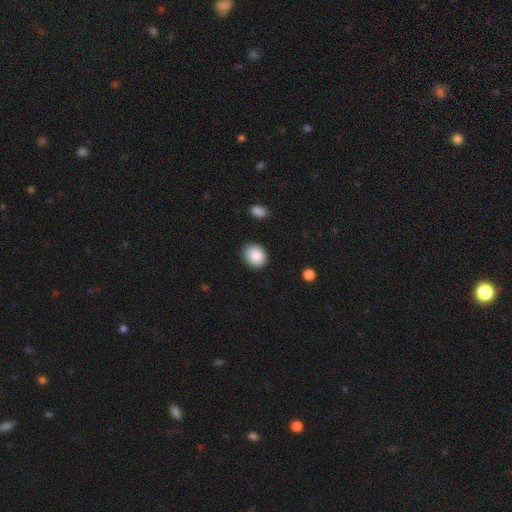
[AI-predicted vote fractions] Smooth or featured: smooth — 89% (star or artifact — 8%)
How rounded: round — 57% (in between — 42%)
Merging: none — 86% (minor disturbance — 10%)